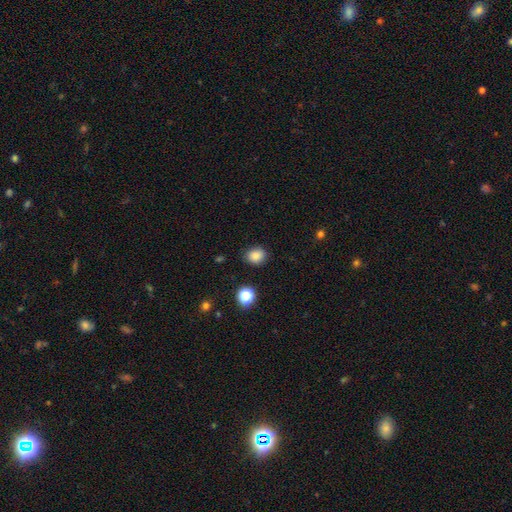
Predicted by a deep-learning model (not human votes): Overall: smooth (84%). How rounded: round (59%; in between 40%). Merging: none (85%).